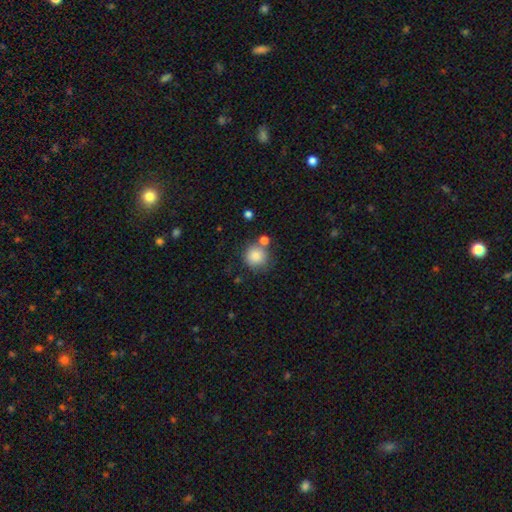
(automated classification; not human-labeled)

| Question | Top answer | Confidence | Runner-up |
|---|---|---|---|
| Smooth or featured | smooth | 85% | star or artifact (9%) |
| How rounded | round | 92% | in between (7%) |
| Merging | none | 69% | merger (14%) |